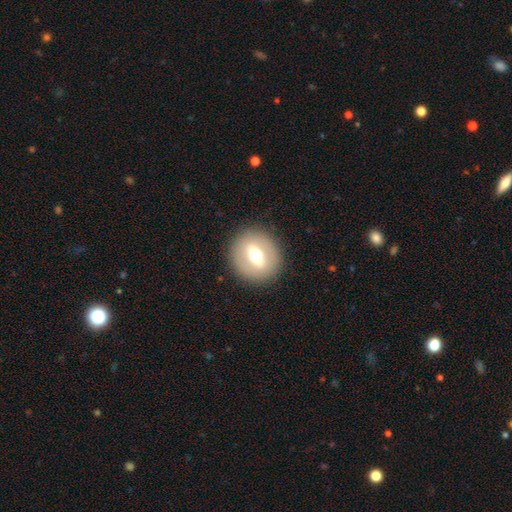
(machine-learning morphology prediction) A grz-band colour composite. It shows a smooth galaxy with no disk features (47%). Merging: none (88%).